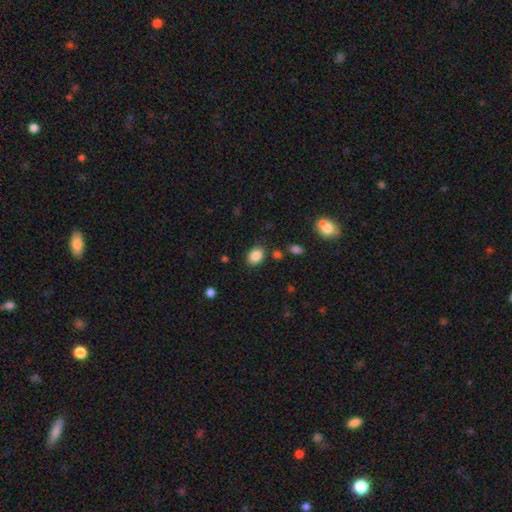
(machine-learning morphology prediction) Smooth or featured? smooth (86%)
How rounded? in between (70%)
Merging? none (82%)